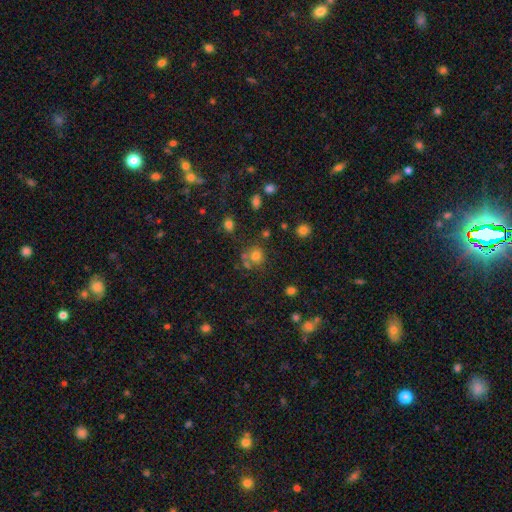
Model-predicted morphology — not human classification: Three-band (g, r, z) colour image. It shows a smooth galaxy with no disk features (72%) that is round (84%). Merging: none (59%).